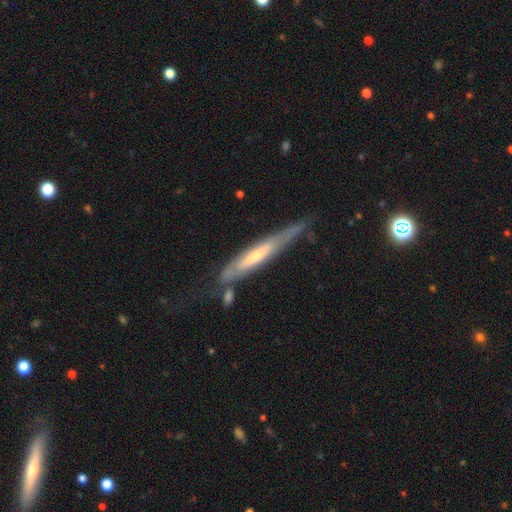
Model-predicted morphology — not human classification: The model was most divided on "edge-on bulge": rounded: 46%, none: 43%, boxy: 12%. More confident: edge-on disk — yes (78%); smooth or featured — featured or disk (65%); merging — none (58%).